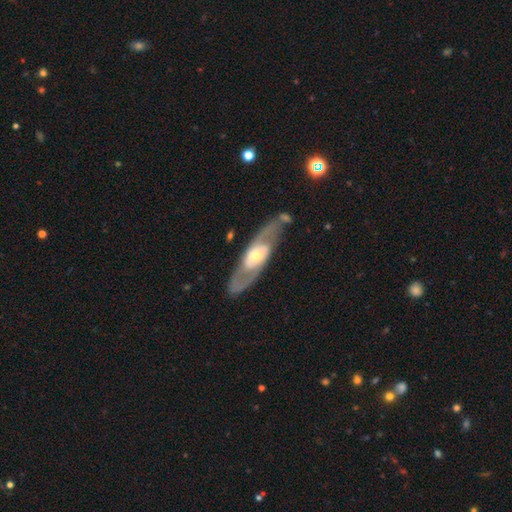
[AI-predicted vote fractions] Morphology: type=featured or disk (78%); edge-on=no (79%); bar=no (68%); spiral arms=yes (68%); bulge=moderate (61%); merging=none (74%).